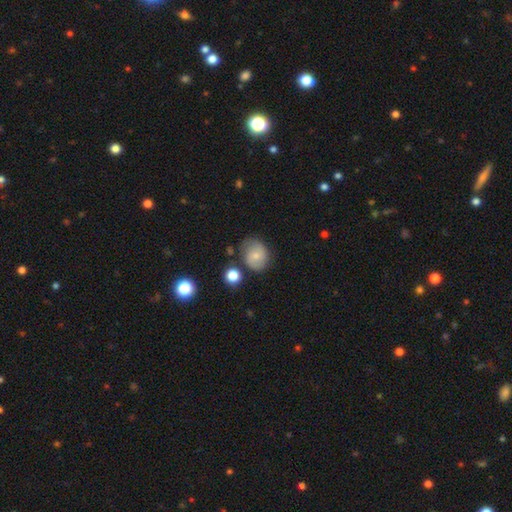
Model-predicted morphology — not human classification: This is possibly a smooth galaxy (60%). How rounded: likely round (62%). Merging: likely none (62%).